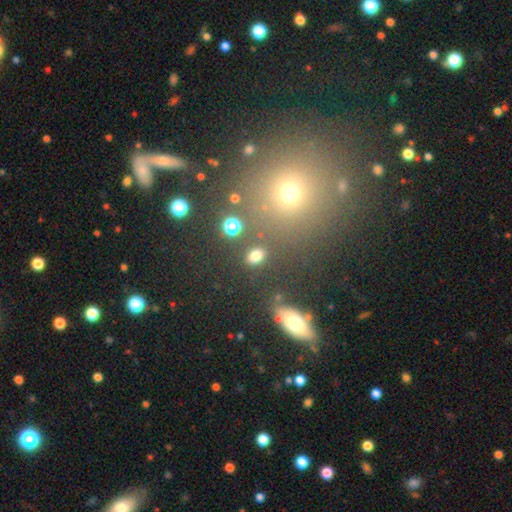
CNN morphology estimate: Smooth or featured: smooth — 78% (star or artifact — 15%)
How rounded: in between — 75% (round — 23%)
Merging: none — 81% (minor disturbance — 10%)